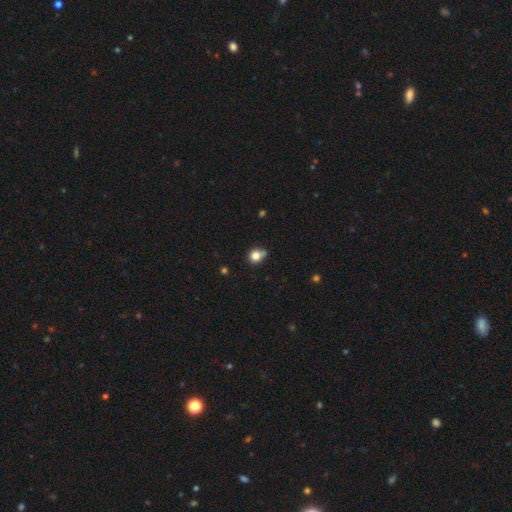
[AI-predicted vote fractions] smooth-or-featured: smooth: 80% | star or artifact: 12% | featured or disk: 9%
  how-rounded: round: 79% | in between: 20% | cigar-shaped: 1%
  merging: none: 56% | minor disturbance: 28% | merger: 9% | major disturbance: 7%